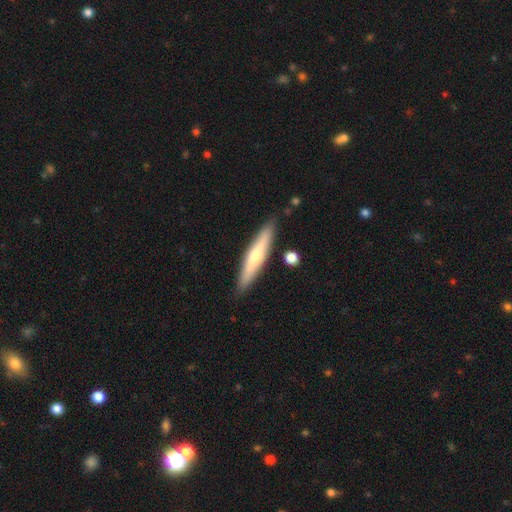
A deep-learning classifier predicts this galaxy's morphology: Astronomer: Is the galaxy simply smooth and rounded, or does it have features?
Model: smooth — 51% (runner-up: featured or disk, 43%).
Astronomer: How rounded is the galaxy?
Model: cigar-shaped — 87%.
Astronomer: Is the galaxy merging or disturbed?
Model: none — 87%.